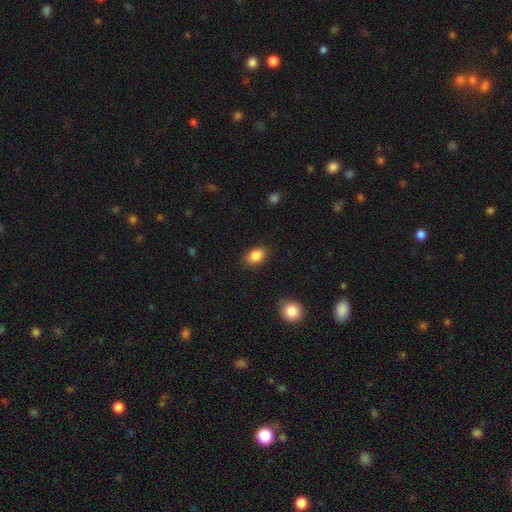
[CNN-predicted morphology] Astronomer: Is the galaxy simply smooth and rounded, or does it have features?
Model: smooth — 86%.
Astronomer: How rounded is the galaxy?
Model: in between — 83%.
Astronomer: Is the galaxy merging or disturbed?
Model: none — 86%.